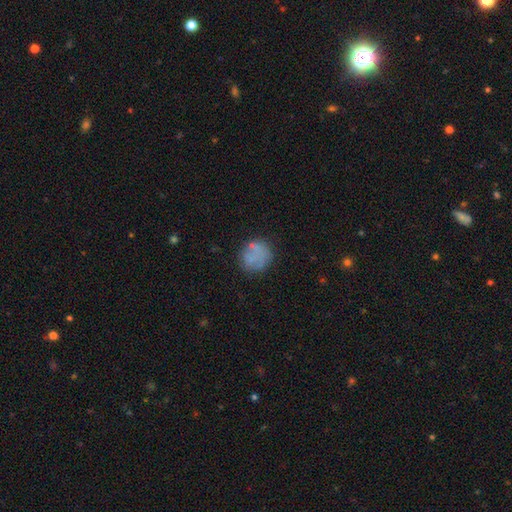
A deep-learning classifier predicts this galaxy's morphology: Q: Smooth or featured?
A: smooth (65%); runner-up: featured or disk (23%)
Q: How rounded?
A: round (84%); runner-up: in between (15%)
Q: Merging?
A: none (65%); runner-up: minor disturbance (19%)